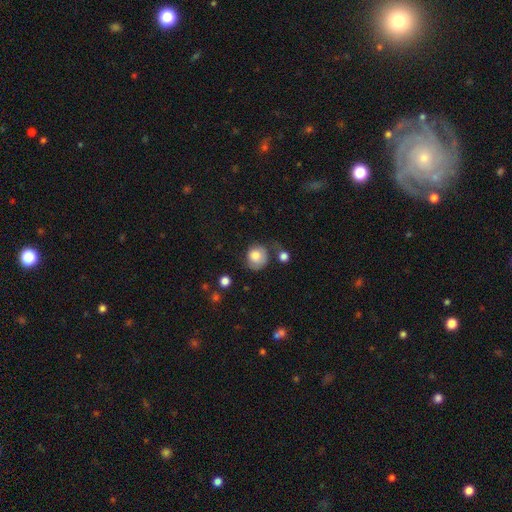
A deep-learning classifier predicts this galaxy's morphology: A smooth galaxy with no disk features (79%) that is round (83%).

Vote fractions:
- Smooth or featured? smooth: 79% / featured or disk: 13% / star or artifact: 8%
- How rounded? round: 83% / in between: 16% / cigar-shaped: 1%
- Merging? none: 52% / minor disturbance: 27% / major disturbance: 14% / merger: 7%